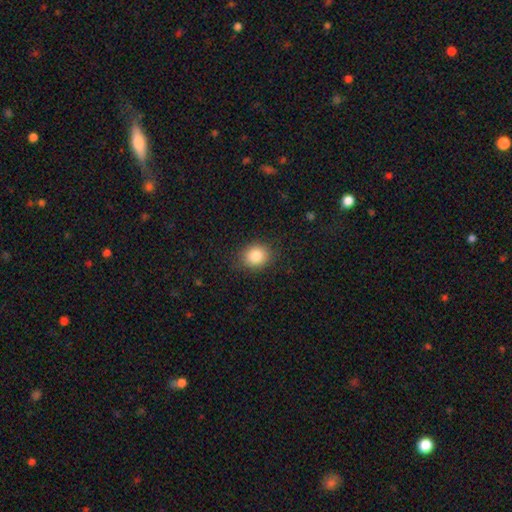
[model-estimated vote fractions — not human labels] Q: Smooth or featured?
A: smooth (85%); runner-up: star or artifact (9%)
Q: How rounded?
A: round (65%); runner-up: in between (34%)
Q: Merging?
A: none (86%); runner-up: minor disturbance (10%)